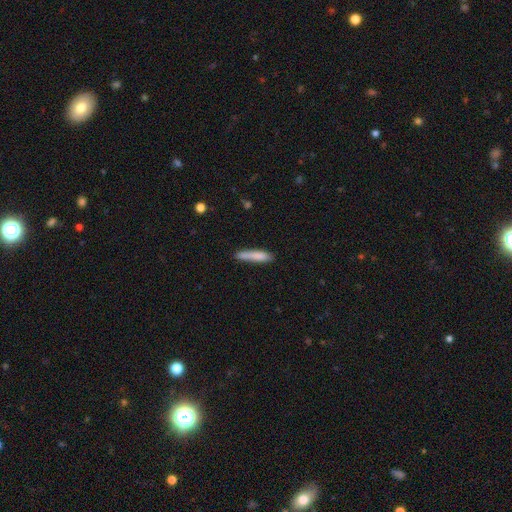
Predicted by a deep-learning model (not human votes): Overall: smooth (81%). How rounded: cigar-shaped (89%). Merging: none (74%).